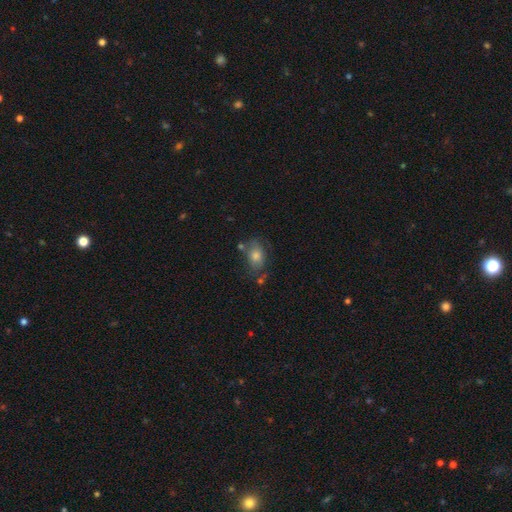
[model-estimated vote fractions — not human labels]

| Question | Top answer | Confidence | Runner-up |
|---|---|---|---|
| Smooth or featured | smooth | 65% | featured or disk (22%) |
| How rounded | in between | 70% | round (28%) |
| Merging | none | 58% | minor disturbance (22%) |